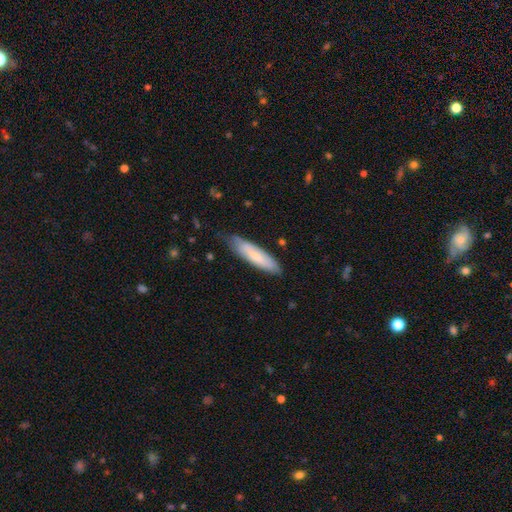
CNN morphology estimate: This is likely a smooth galaxy (72%). How rounded: likely cigar-shaped (72%). Merging: likely none (75%).